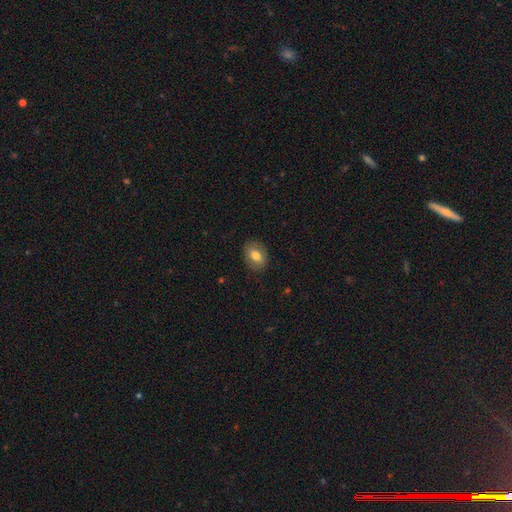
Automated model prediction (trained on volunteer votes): Overall: smooth (73%). How rounded: in between (73%). Merging: none (85%).